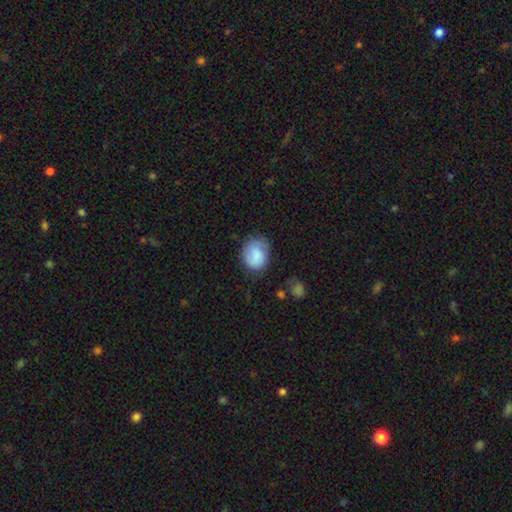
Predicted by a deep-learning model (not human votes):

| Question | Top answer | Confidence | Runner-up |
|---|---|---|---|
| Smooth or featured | smooth | 79% | featured or disk (14%) |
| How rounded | round | 51% | in between (48%) |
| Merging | none | 60% | minor disturbance (27%) |